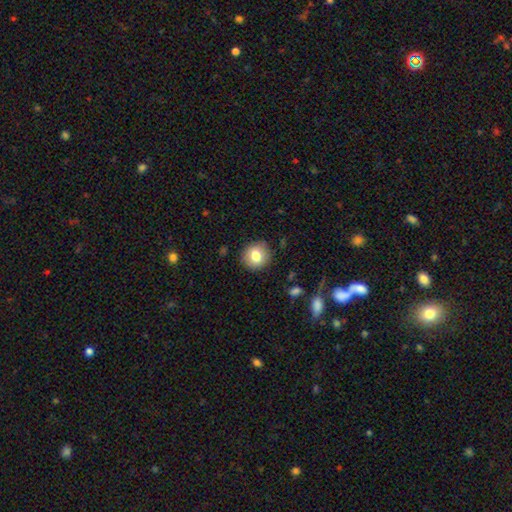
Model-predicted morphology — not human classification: A smooth galaxy with no disk features (78%) that is round (86%). Merging: none (88%).